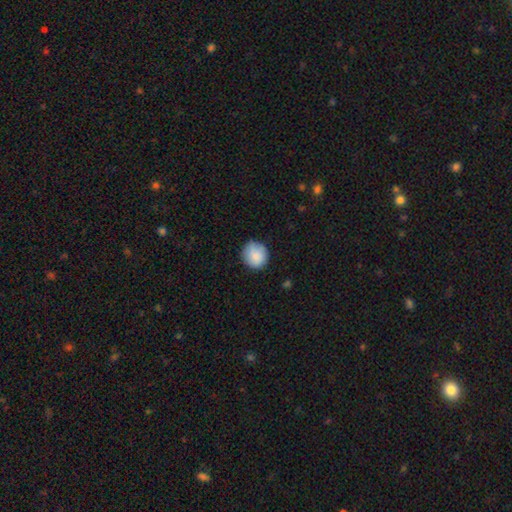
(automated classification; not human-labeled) Smooth or featured?
  - smooth: 86% *
  - star or artifact: 7%
  - featured or disk: 7%
How rounded?
  - round: 86% *
  - in between: 13%
  - cigar-shaped: 1%
Merging?
  - none: 80% *
  - minor disturbance: 16%
  - major disturbance: 3%
  - merger: 1%